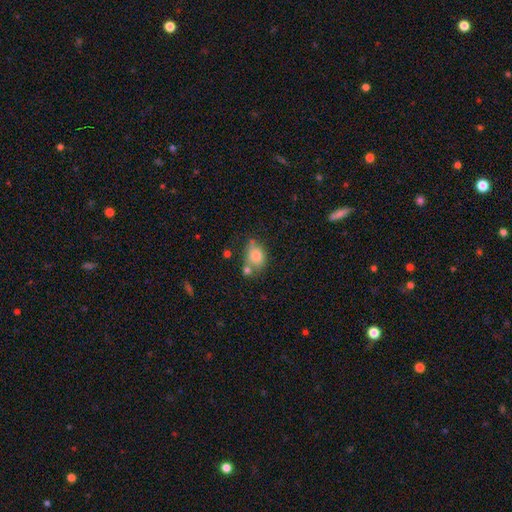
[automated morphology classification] A smooth galaxy with no disk features (78%) that is in between round and cigar-shaped (73%). Merging: none (41%).